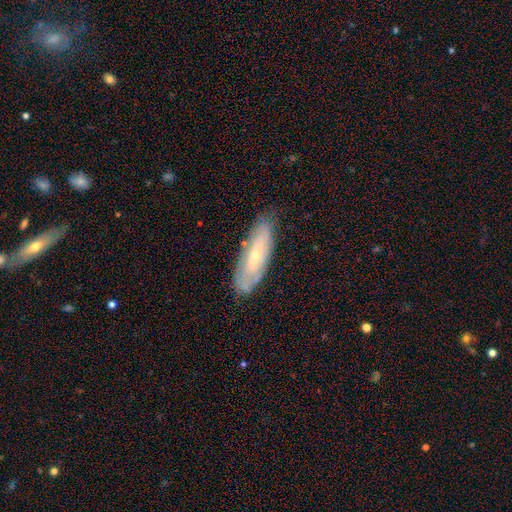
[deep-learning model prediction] Smooth or featured?
  - featured or disk: 50% *
  - smooth: 43%
  - star or artifact: 7%
Edge-on disk?
  - no: 71% *
  - yes: 29%
Merging?
  - none: 76% *
  - minor disturbance: 18%
  - major disturbance: 4%
  - merger: 2%